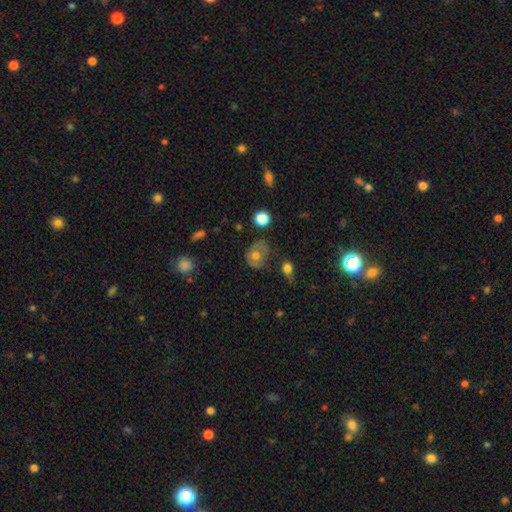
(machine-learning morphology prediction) Smooth or featured?
  - smooth: 61% *
  - featured or disk: 29%
  - star or artifact: 9%
How rounded?
  - round: 61% *
  - in between: 38%
  - cigar-shaped: 1%
Merging?
  - none: 55% *
  - minor disturbance: 28%
  - major disturbance: 12%
  - merger: 5%